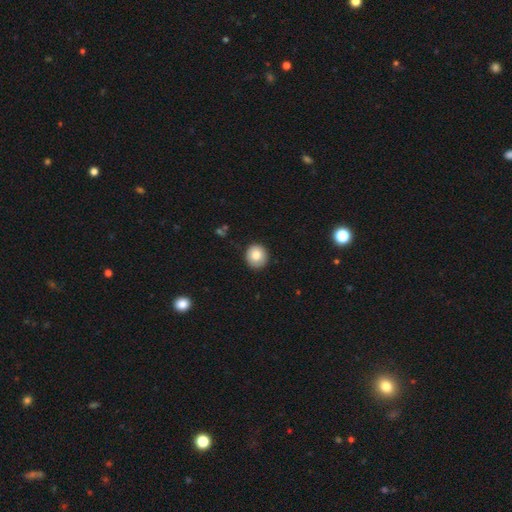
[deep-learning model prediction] A smooth galaxy with no disk features (83%) that is round (91%).

Vote fractions:
- Smooth or featured? smooth: 83% / featured or disk: 9% / star or artifact: 8%
- How rounded? round: 91% / in between: 8% / cigar-shaped: 1%
- Merging? none: 89% / minor disturbance: 8% / major disturbance: 2% / merger: 1%